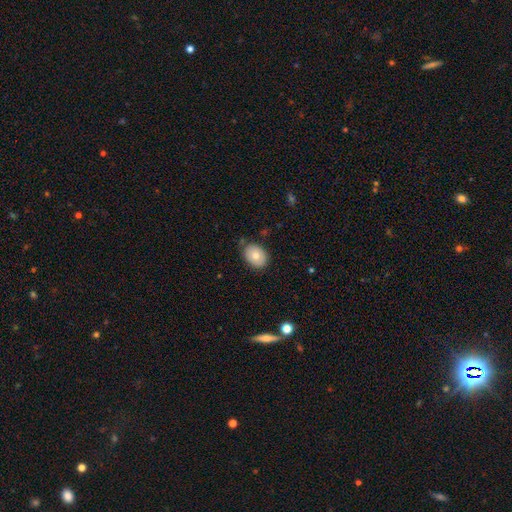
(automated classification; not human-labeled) Smooth or featured?
  - smooth: 75% *
  - featured or disk: 17%
  - star or artifact: 8%
How rounded?
  - in between: 67% *
  - round: 32%
  - cigar-shaped: 1%
Merging?
  - none: 79% *
  - minor disturbance: 16%
  - major disturbance: 3%
  - merger: 3%